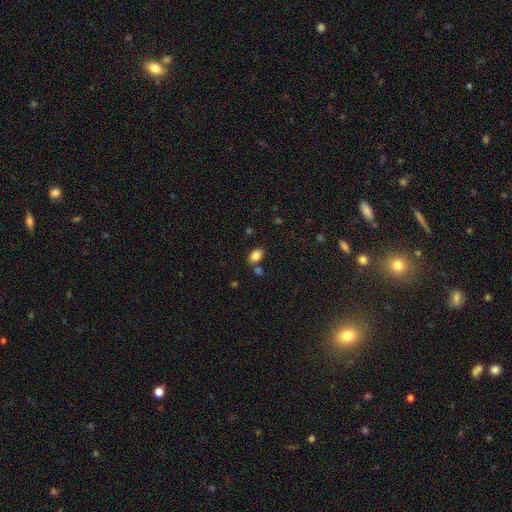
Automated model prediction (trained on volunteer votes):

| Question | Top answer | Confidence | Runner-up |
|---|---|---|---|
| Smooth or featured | smooth | 85% | star or artifact (10%) |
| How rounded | in between | 84% | round (15%) |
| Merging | none | 71% | merger (13%) |